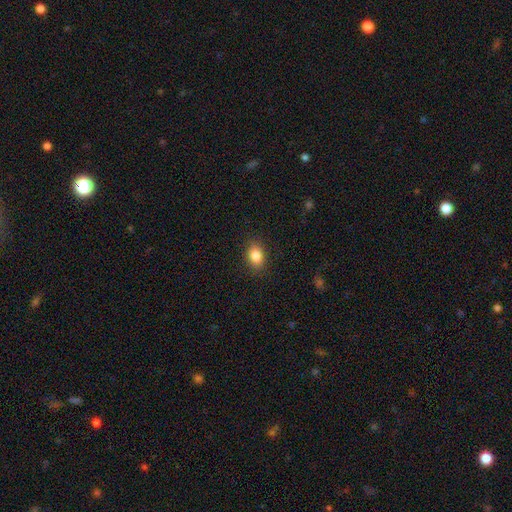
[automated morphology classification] Smooth or featured: smooth — 85% (star or artifact — 9%)
How rounded: in between — 73% (round — 26%)
Merging: none — 87% (minor disturbance — 9%)